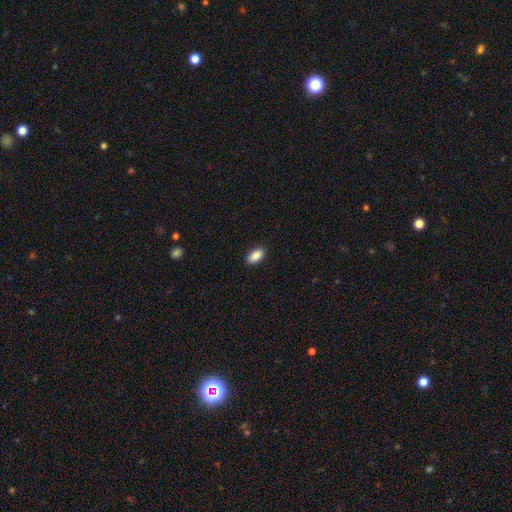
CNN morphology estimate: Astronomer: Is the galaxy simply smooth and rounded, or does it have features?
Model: smooth — 89%.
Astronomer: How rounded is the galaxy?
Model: in between — 93%.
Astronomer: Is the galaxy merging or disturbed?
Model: none — 90%.